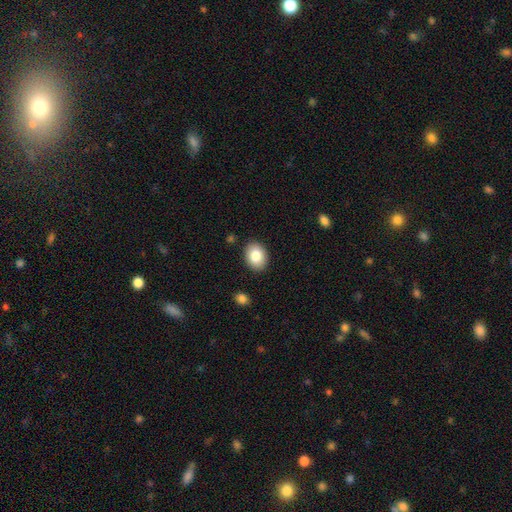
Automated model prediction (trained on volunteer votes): Morphology: type=smooth (84%); roundness=in between (67%); merging=none (89%).